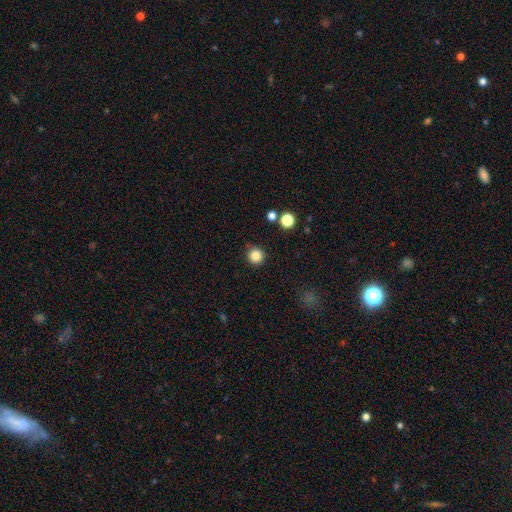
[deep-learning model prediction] Q: Smooth or featured?
A: smooth (85%); runner-up: star or artifact (11%)
Q: How rounded?
A: round (95%); runner-up: in between (4%)
Q: Merging?
A: none (88%); runner-up: minor disturbance (8%)